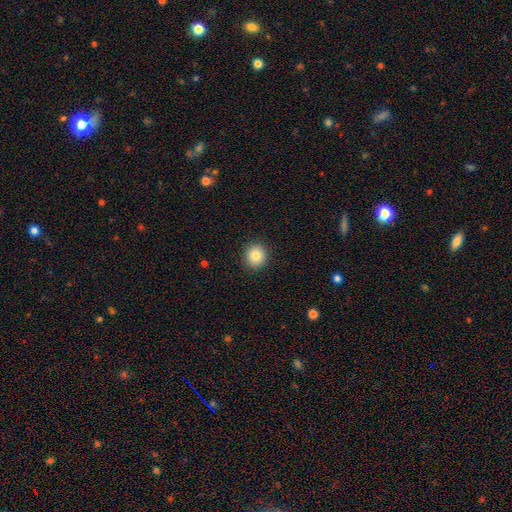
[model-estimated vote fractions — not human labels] Smooth or featured? smooth (84%)
How rounded? round (88%)
Merging? none (92%)